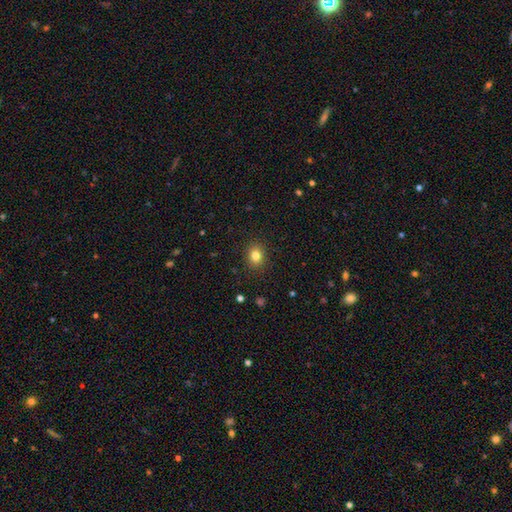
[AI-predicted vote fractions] smooth_or_featured: smooth (p=0.82) [alt: star or artifact p=0.11]
how_rounded: round (p=0.54) [alt: in between p=0.45]
merging: none (p=0.89) [alt: minor disturbance p=0.08]